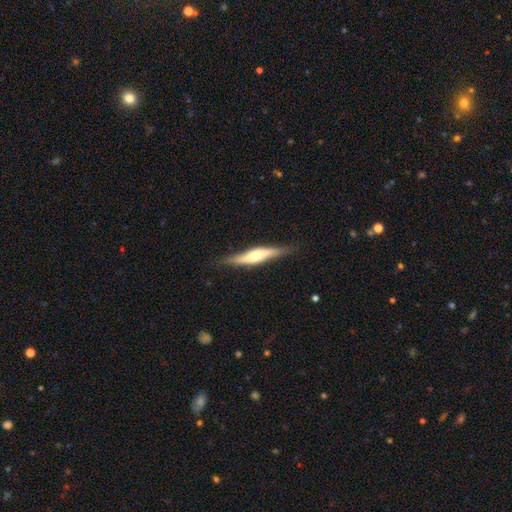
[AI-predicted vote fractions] featured or disk 59%, smooth 36%, star or artifact 5%. Down the decision tree: edge-on disk — yes (92%); edge-on bulge — rounded (82%); merging — none (81%).